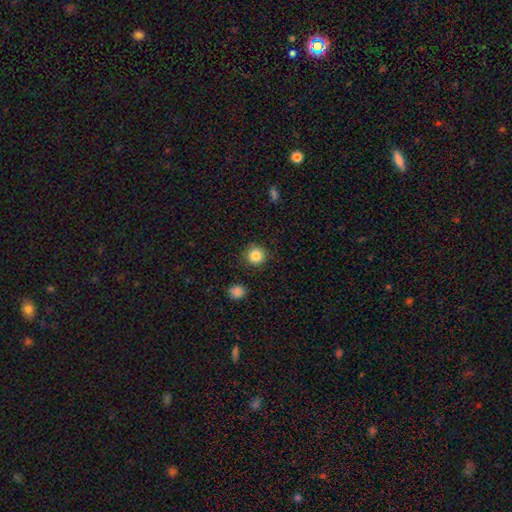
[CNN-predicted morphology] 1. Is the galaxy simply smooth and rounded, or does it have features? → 85% smooth, 10% star or artifact, 5% featured or disk.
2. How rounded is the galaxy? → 94% round, 5% in between, 1% cigar-shaped.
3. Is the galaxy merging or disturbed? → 89% none, 7% minor disturbance, 2% major disturbance, 2% merger.